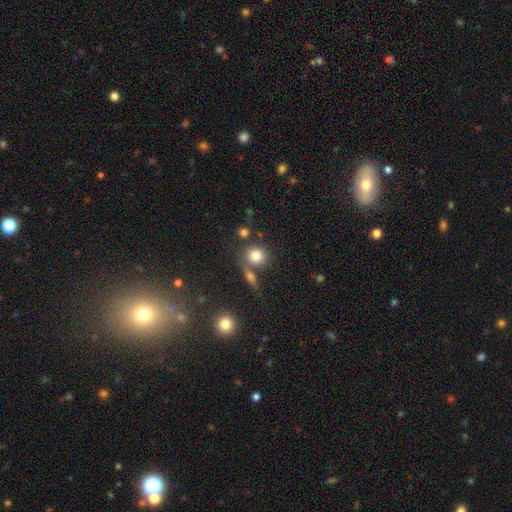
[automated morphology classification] smooth-or-featured: smooth: 79% | star or artifact: 11% | featured or disk: 10%
  how-rounded: round: 80% | in between: 18% | cigar-shaped: 2%
  merging: none: 63% | merger: 22% | minor disturbance: 11% | major disturbance: 5%